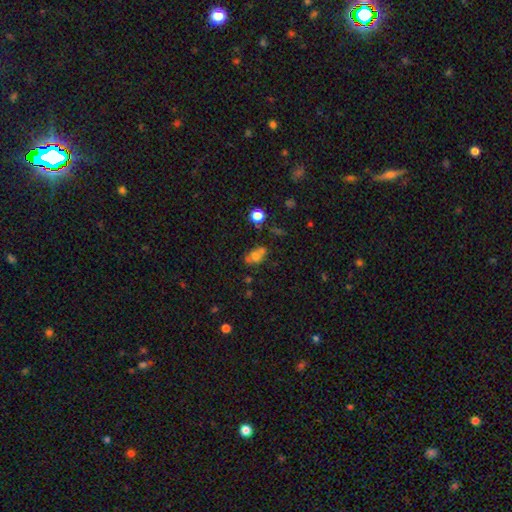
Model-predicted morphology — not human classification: Smooth or featured? smooth (64%)
How rounded? in between (52%)
Merging? none (43%)